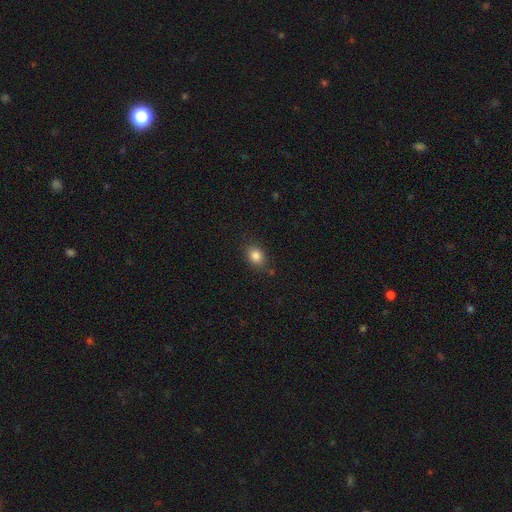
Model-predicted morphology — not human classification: Smooth or featured? smooth (84%)
How rounded? in between (56%)
Merging? none (82%)